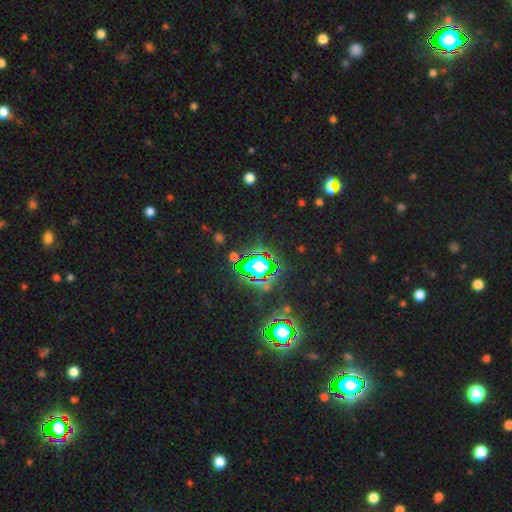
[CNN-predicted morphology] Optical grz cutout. It shows a star or artifact, not a galaxy (77%).